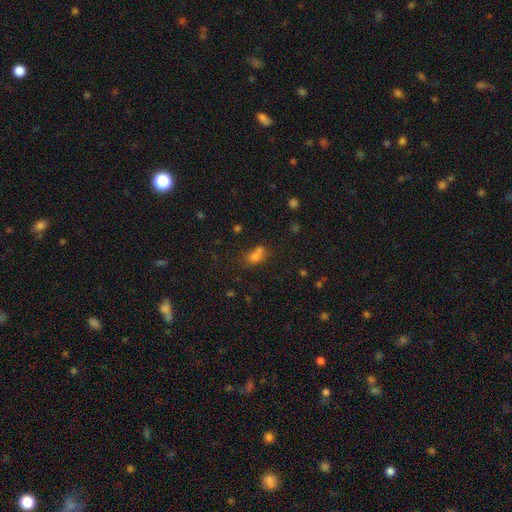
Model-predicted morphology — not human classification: A smooth galaxy with no disk features (68%) that is in between round and cigar-shaped (50%). Merging: merger (49%).